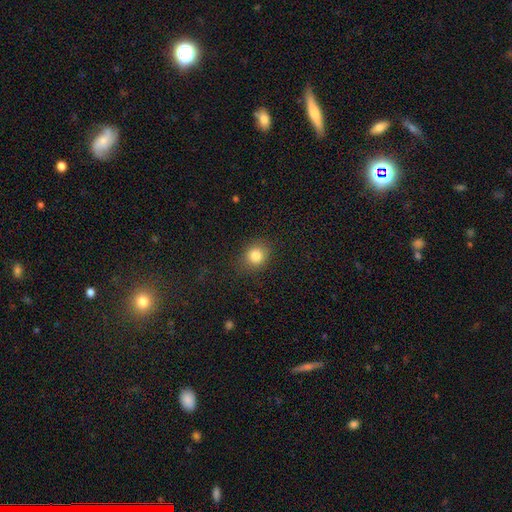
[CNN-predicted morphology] A smooth galaxy with no disk features (83%) that is round (75%). Merging: none (84%).